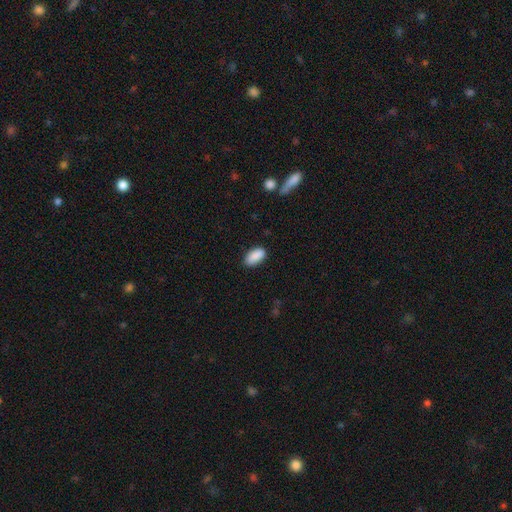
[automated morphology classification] Overall: smooth (89%). How rounded: in between (92%). Merging: none (80%).